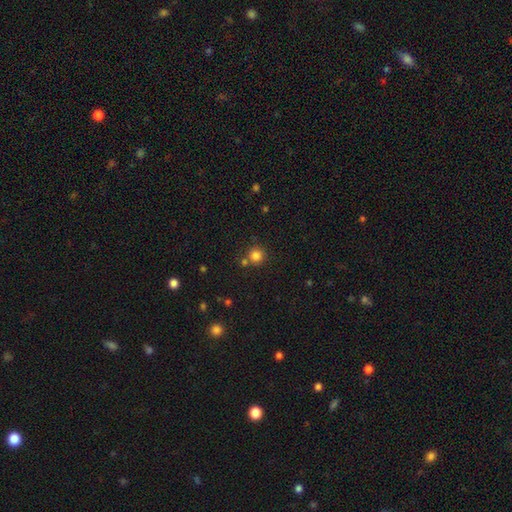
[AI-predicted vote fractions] Smooth or featured: smooth — 82% (star or artifact — 13%)
How rounded: round — 94% (in between — 5%)
Merging: none — 75% (merger — 14%)